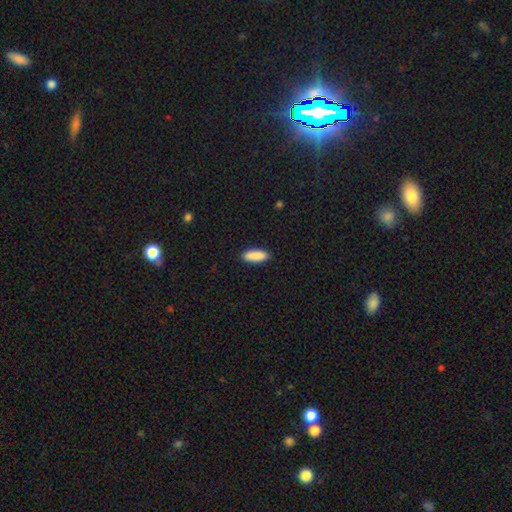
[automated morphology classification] Smooth or featured? smooth (90%)
How rounded? in between (68%)
Merging? none (89%)